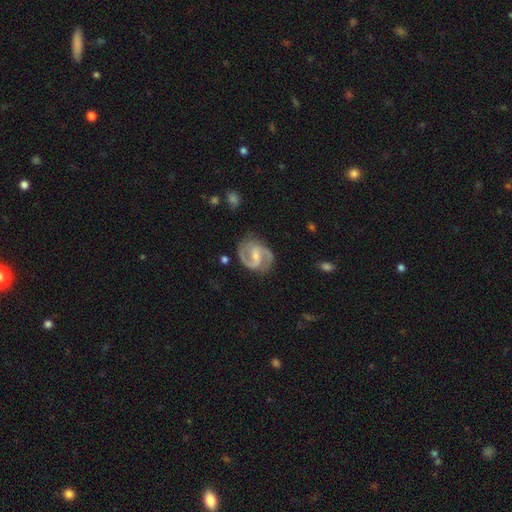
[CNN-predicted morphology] Smooth or featured? featured or disk (90%)
Edge-on disk? no (98%)
Bar? weak (50%)
Spiral arms? yes (97%)
Spiral winding? medium (61%)
Spiral arm count? 2 (93%)
Bulge size? small (53%)
Merging? none (79%)